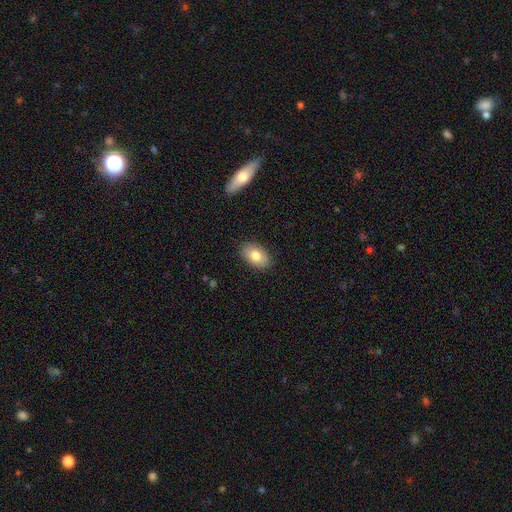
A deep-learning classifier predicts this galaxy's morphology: smooth_or_featured: smooth (p=0.79) [alt: featured or disk p=0.14]
how_rounded: in between (p=0.90) [alt: round p=0.08]
merging: none (p=0.87) [alt: minor disturbance p=0.10]